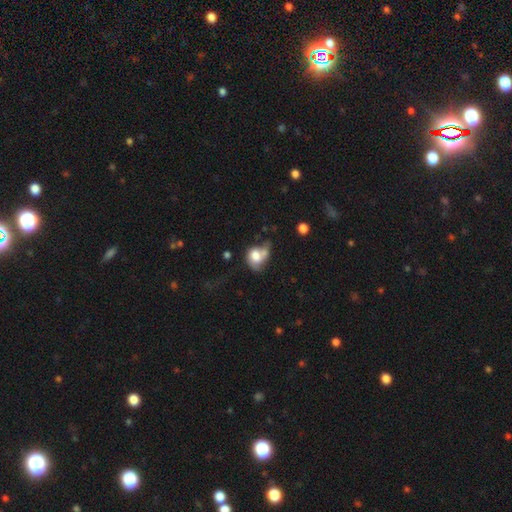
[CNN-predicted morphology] type=smooth (65%); roundness=in between (54%); merging=merger (40%).